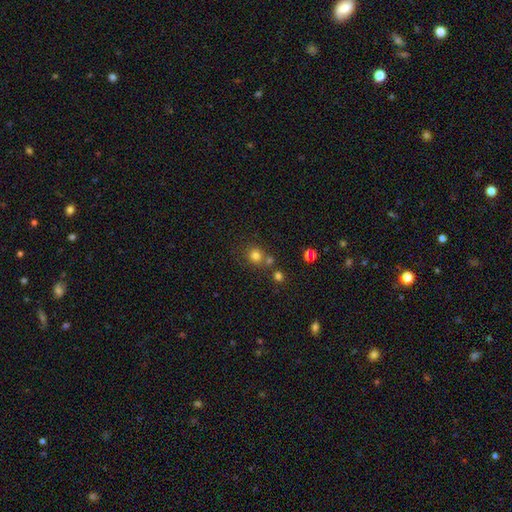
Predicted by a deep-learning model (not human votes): This is likely a smooth galaxy (76%). How rounded: clearly round (87%). Merging: likely none (65%).